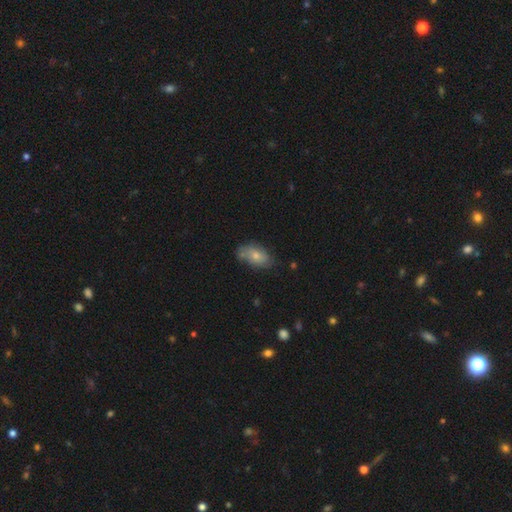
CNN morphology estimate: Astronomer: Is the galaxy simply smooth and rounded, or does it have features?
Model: smooth — 68%.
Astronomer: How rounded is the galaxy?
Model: in between — 92%.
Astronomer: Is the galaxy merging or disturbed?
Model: none — 62%.